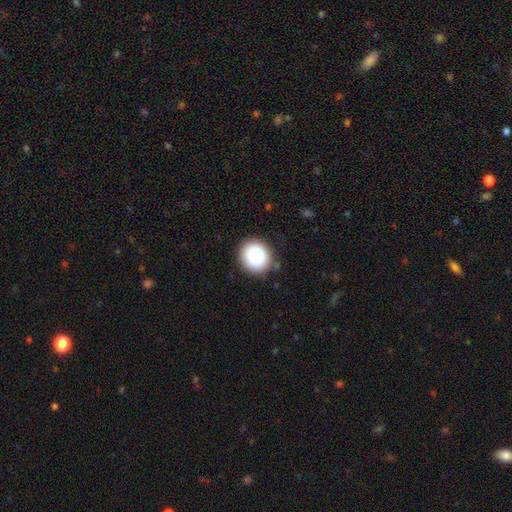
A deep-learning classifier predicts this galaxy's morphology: Smooth or featured? Predicted: smooth (p=0.87). How rounded? Predicted: round (p=0.84). Merging? Predicted: none (p=0.86).